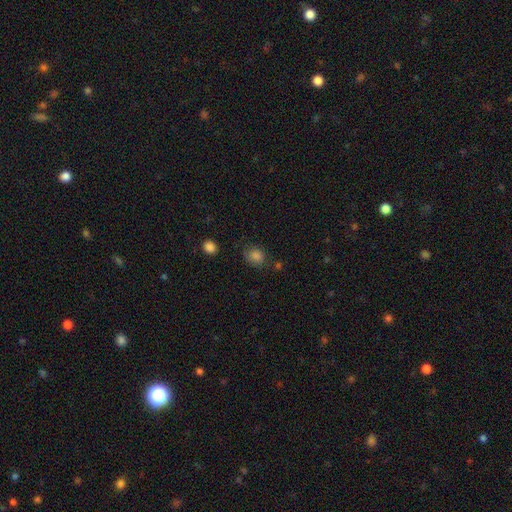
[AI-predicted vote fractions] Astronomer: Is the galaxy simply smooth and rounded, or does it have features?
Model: smooth — 82%.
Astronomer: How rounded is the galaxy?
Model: round — 58% (runner-up: in between, 41%).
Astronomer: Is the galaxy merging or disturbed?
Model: none — 68%.